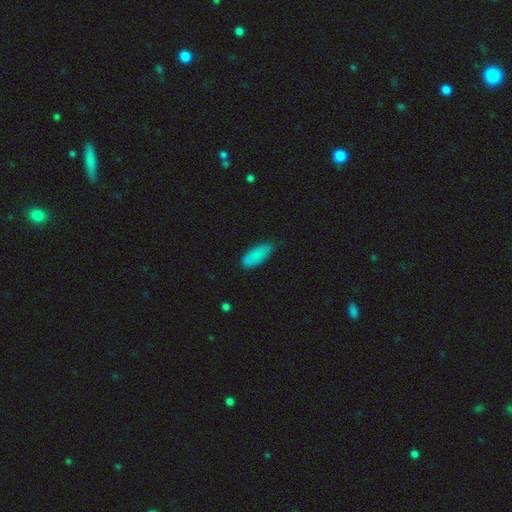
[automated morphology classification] type=smooth (85%); roundness=in between (80%); merging=none (75%).